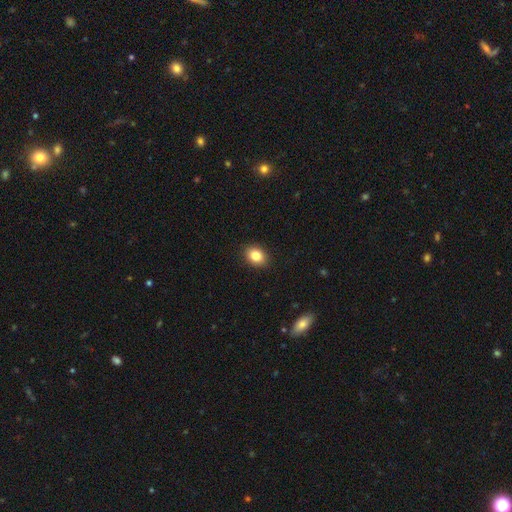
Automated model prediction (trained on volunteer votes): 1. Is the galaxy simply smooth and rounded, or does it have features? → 84% smooth, 9% star or artifact, 7% featured or disk.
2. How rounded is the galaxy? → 62% in between, 37% round, 1% cigar-shaped.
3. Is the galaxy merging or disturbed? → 90% none, 7% minor disturbance, 2% major disturbance, 1% merger.